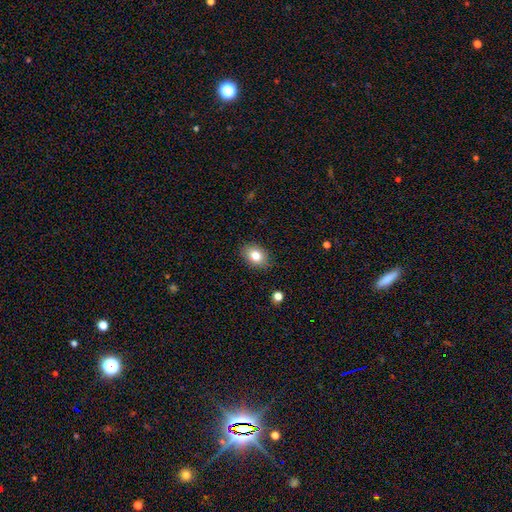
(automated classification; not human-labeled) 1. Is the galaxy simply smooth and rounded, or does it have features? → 81% smooth, 10% featured or disk, 9% star or artifact.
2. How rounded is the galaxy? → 73% in between, 26% round, 1% cigar-shaped.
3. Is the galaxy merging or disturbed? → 86% none, 10% minor disturbance, 2% major disturbance, 1% merger.